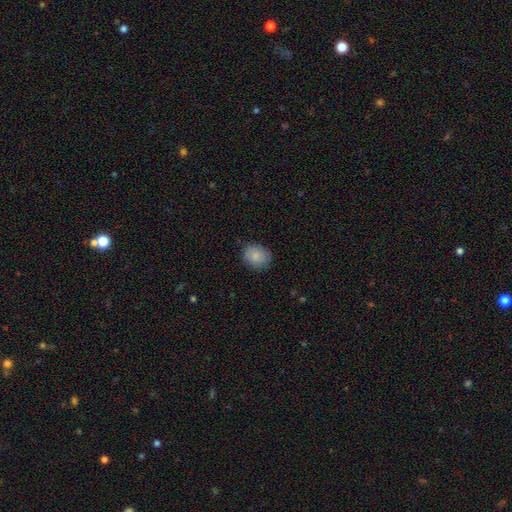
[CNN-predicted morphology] Smooth or featured? smooth (86%)
How rounded? round (57%)
Merging? none (84%)